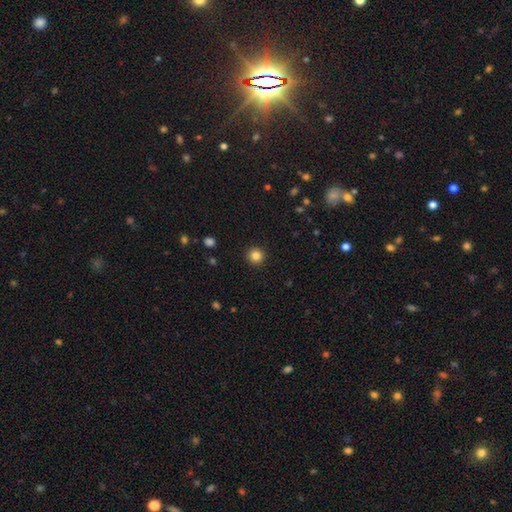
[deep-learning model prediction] Q: Smooth or featured?
A: smooth (84%); runner-up: star or artifact (11%)
Q: How rounded?
A: round (95%); runner-up: in between (4%)
Q: Merging?
A: none (92%); runner-up: minor disturbance (5%)